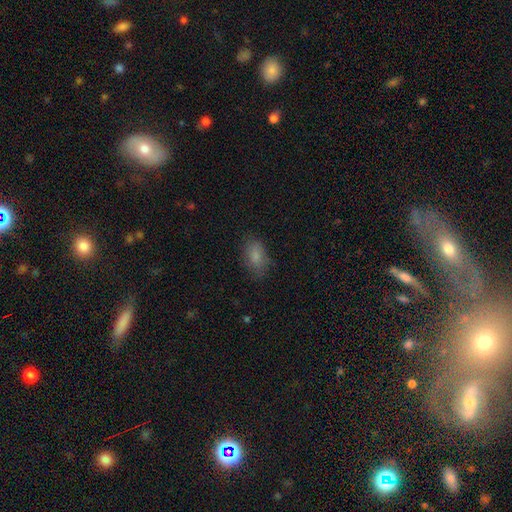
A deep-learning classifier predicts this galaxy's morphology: Q: Smooth or featured?
A: smooth (83%); runner-up: featured or disk (9%)
Q: How rounded?
A: in between (89%); runner-up: round (6%)
Q: Merging?
A: none (75%); runner-up: minor disturbance (18%)